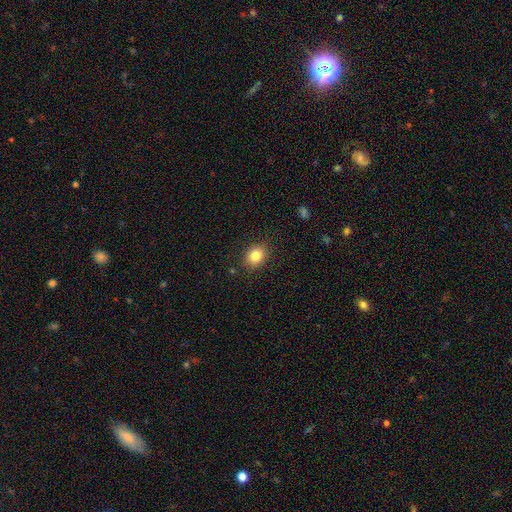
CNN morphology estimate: This appears to be a smooth galaxy with no disk features (83%) that is round (52%). Merging: none (86%).